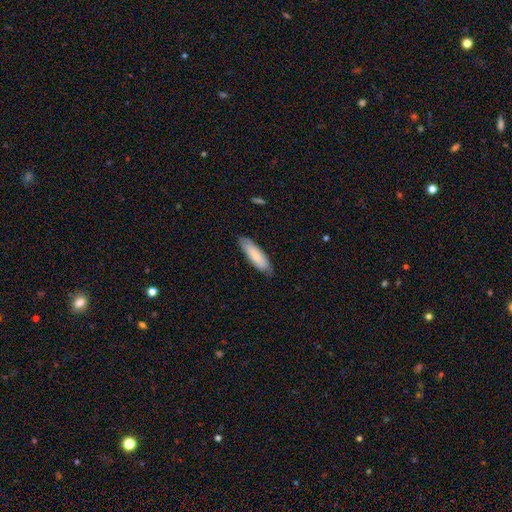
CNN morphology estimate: This appears to be a smooth galaxy with no disk features (81%) that is cigar-shaped (57%). Merging: none (82%).